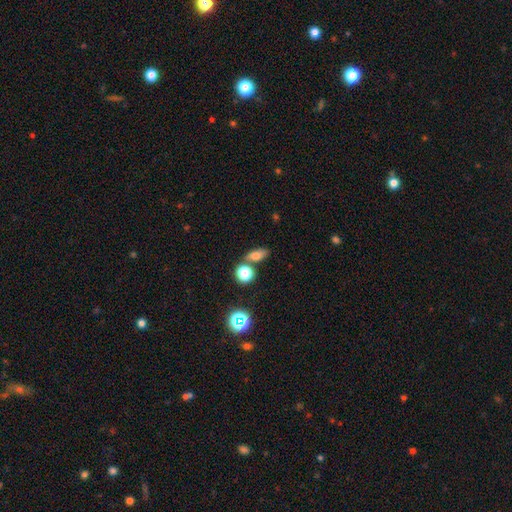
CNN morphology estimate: Smooth or featured? Predicted: smooth (p=0.71). How rounded? Predicted: in between (p=0.64). Merging? Predicted: none (p=0.62).